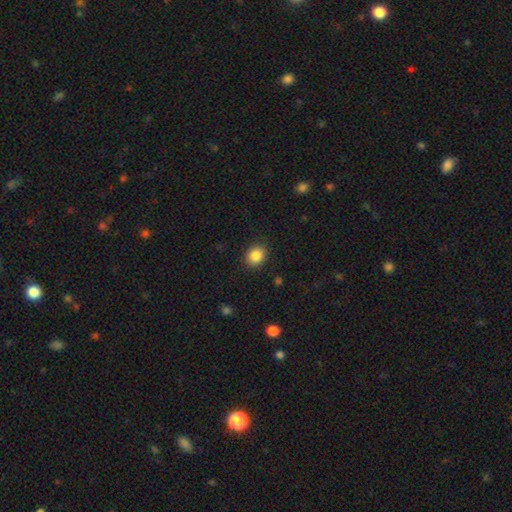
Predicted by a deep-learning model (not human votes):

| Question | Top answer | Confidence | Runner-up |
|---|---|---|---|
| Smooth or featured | smooth | 86% | star or artifact (9%) |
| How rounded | round | 62% | in between (37%) |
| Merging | none | 90% | minor disturbance (7%) |